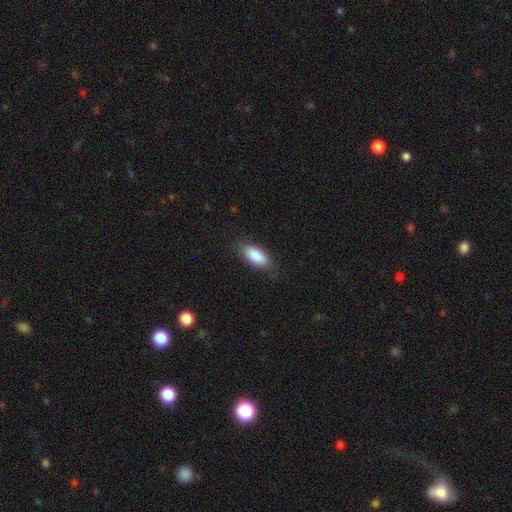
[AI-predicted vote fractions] This appears to be a smooth galaxy with no disk features (88%) that is in between round and cigar-shaped (86%). Merging: none (83%).